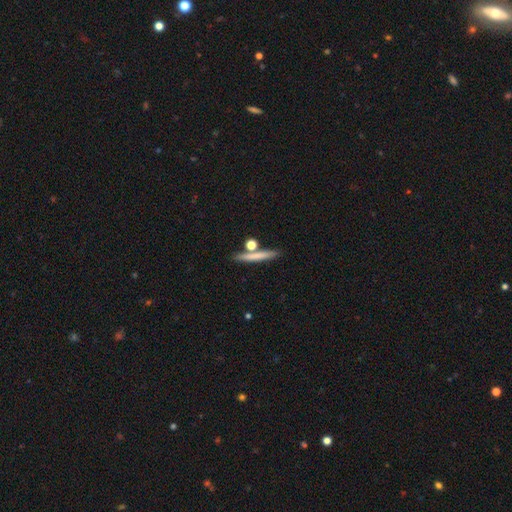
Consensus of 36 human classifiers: smooth 61%, featured or disk 36%, star or artifact 3%. Down the decision tree: how rounded — cigar-shaped (86%); merging — none (63%).